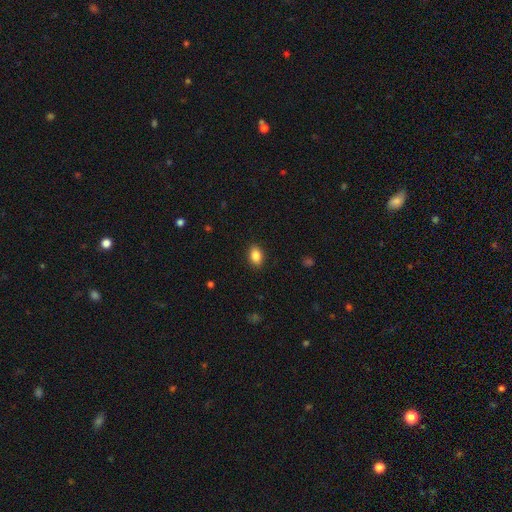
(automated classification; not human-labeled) Overall: smooth (87%). How rounded: in between (80%). Merging: none (89%).